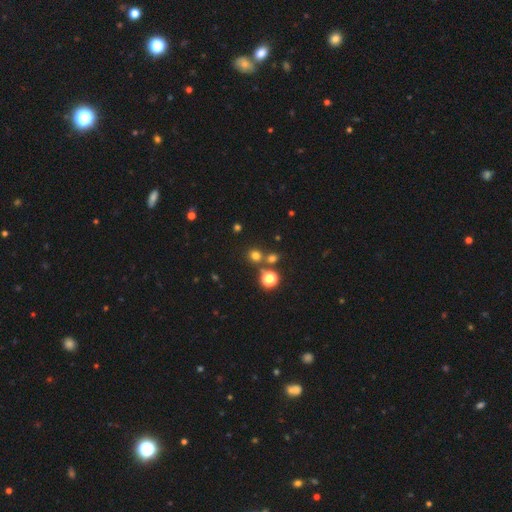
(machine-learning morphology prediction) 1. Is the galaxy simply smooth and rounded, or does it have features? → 68% smooth, 25% star or artifact, 6% featured or disk.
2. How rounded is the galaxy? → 88% round, 11% in between, 1% cigar-shaped.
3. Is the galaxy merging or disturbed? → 72% none, 17% merger, 7% minor disturbance, 3% major disturbance.